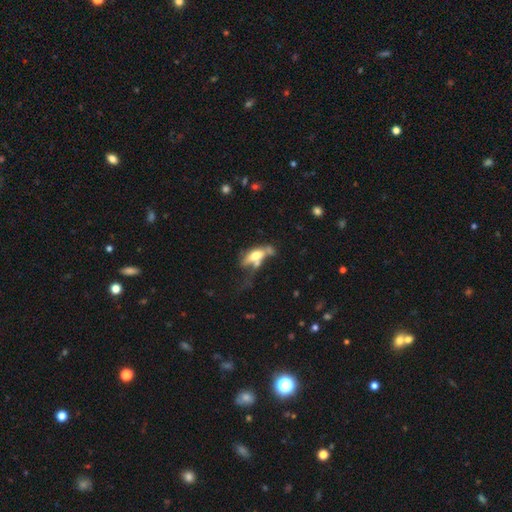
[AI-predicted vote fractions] The model was most divided on "merging": major disturbance: 29%, merger: 27%, none: 25%, minor disturbance: 19%. More confident: how rounded — in between (67%); smooth or featured — smooth (51%).